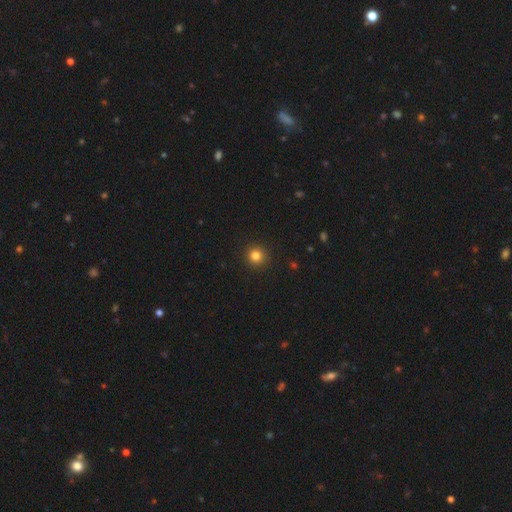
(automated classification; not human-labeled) A smooth galaxy with no disk features (82%) that is round (95%). Merging: none (93%).